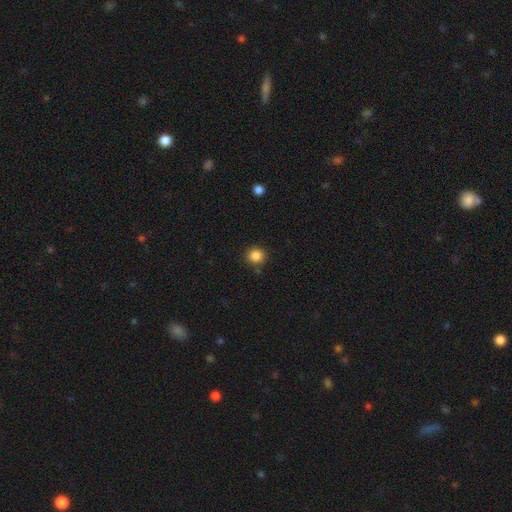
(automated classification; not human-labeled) smooth-or-featured: smooth: 86% | star or artifact: 11% | featured or disk: 3%
  how-rounded: round: 90% | in between: 9% | cigar-shaped: 1%
  merging: none: 87% | minor disturbance: 8% | major disturbance: 2% | merger: 2%